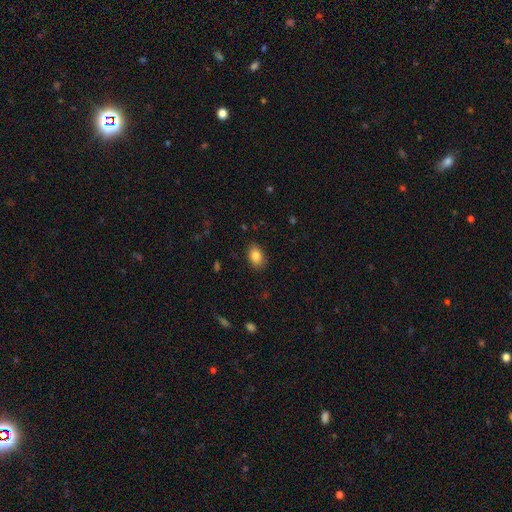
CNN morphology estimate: Smooth or featured? Predicted: smooth (p=0.85). How rounded? Predicted: in between (p=0.83). Merging? Predicted: none (p=0.86).